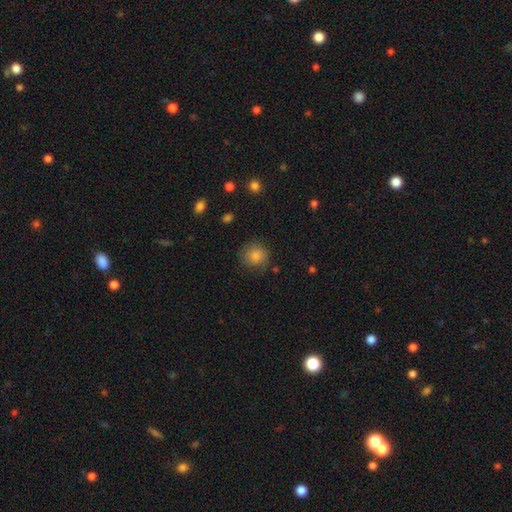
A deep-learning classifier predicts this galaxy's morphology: Overall: smooth (85%). How rounded: round (86%). Merging: none (79%).